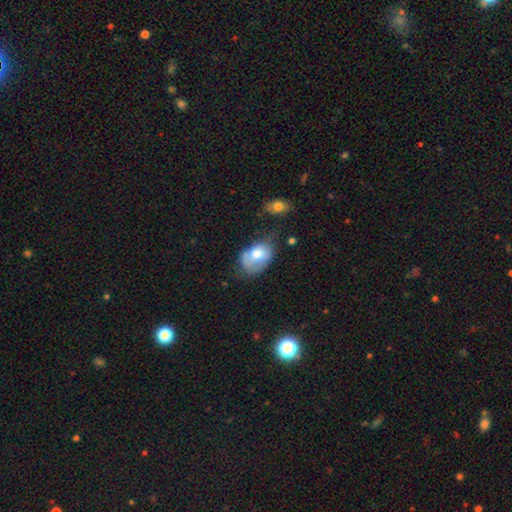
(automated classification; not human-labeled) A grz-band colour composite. It shows a smooth galaxy with no disk features (62%) that is in between round and cigar-shaped (82%). Merging: minor disturbance (35%).